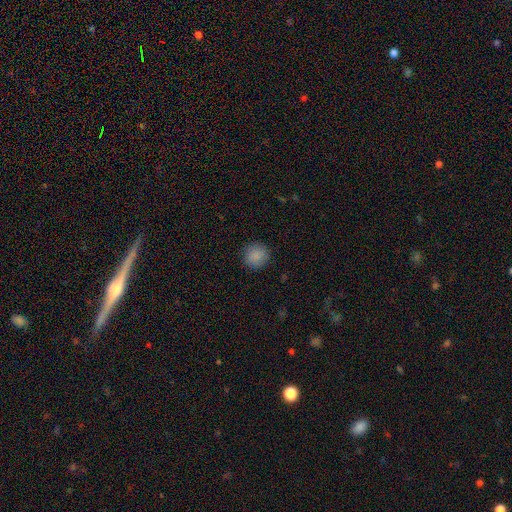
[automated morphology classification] Smooth or featured: smooth — 88% (star or artifact — 9%)
How rounded: round — 93% (in between — 6%)
Merging: none — 90% (minor disturbance — 7%)